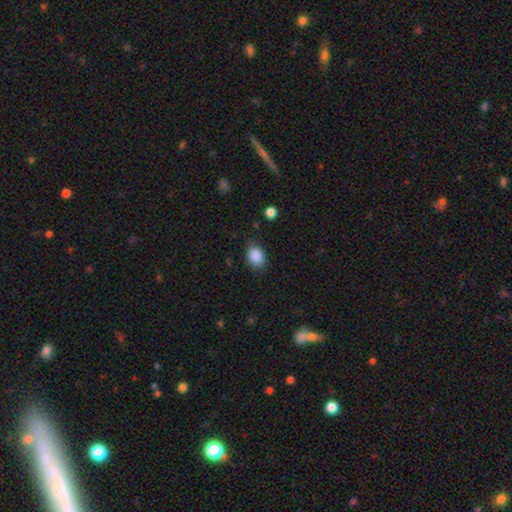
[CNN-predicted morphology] Smooth or featured? smooth (88%)
How rounded? in between (62%)
Merging? none (79%)